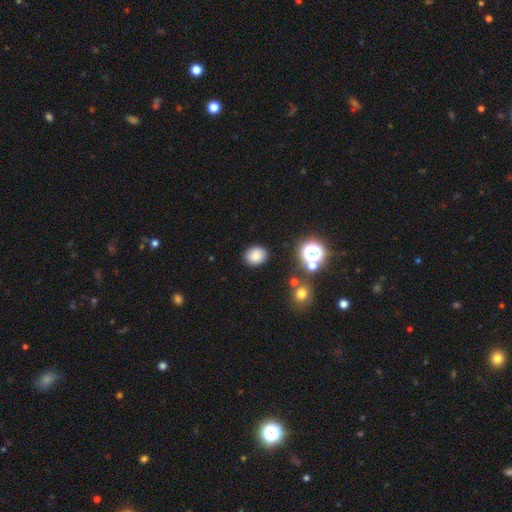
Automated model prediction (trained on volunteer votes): Smooth or featured? Predicted: smooth (p=0.82). How rounded? Predicted: round (p=0.56). Merging? Predicted: none (p=0.87).